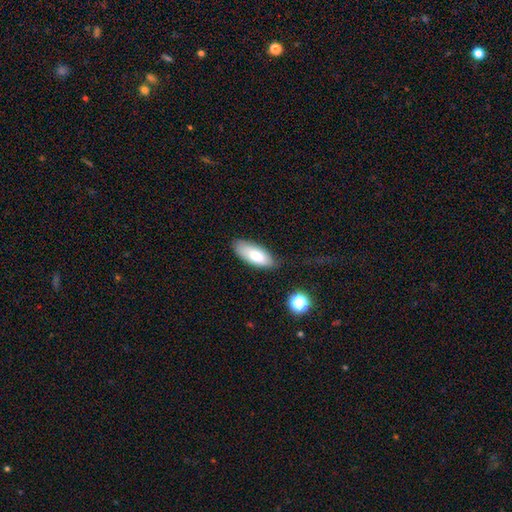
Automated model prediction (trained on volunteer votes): A smooth galaxy with no disk features (79%) that is in between round and cigar-shaped (82%). Merging: none (78%).